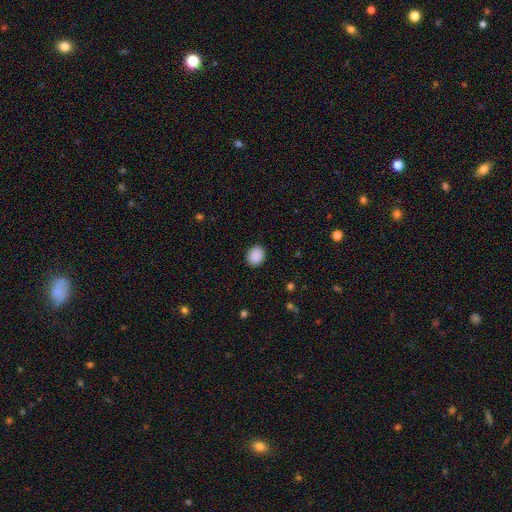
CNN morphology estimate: Overall: smooth (90%). How rounded: round (64%; in between 35%). Merging: none (90%).